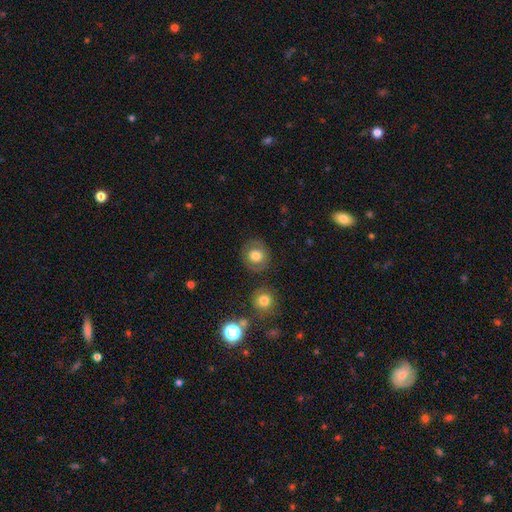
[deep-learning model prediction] Smooth or featured? smooth (72%)
How rounded? round (86%)
Merging? none (83%)